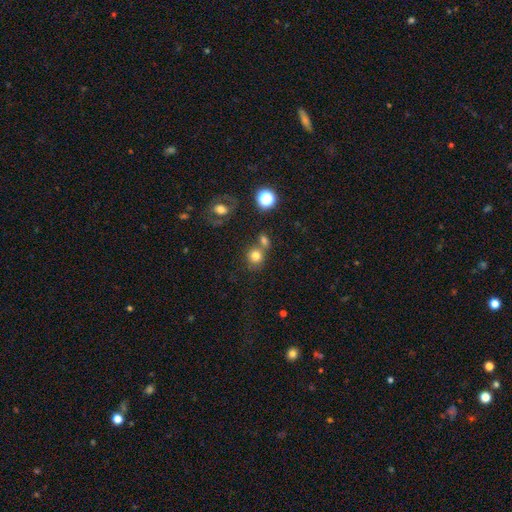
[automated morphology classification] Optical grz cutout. It shows a smooth galaxy with no disk features (78%) that is round (82%). Merging: none (56%).